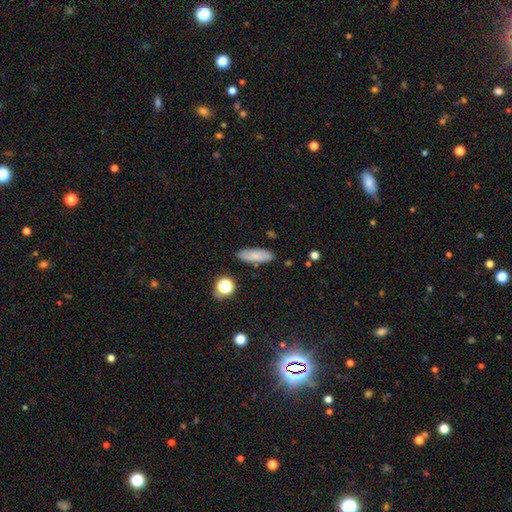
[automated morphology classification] type=smooth (79%); roundness=in between (58%); merging=none (84%).